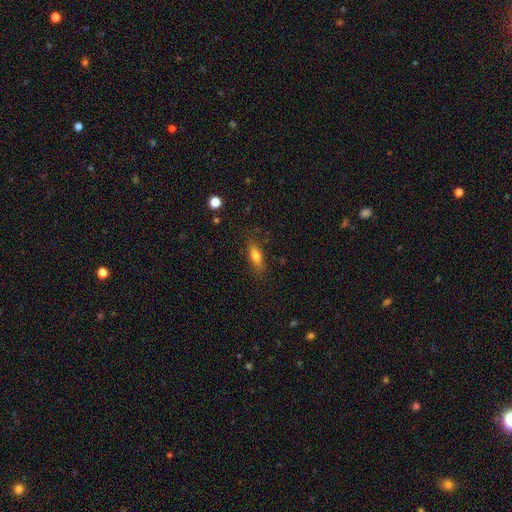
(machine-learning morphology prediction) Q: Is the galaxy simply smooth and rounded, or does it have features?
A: smooth — 75%.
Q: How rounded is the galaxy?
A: in between — 62%.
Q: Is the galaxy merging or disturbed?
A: none — 82%.